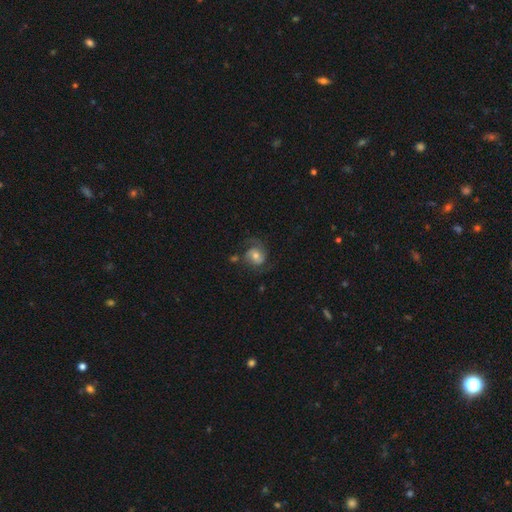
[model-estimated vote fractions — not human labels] Morphology: type=featured or disk (66%); edge-on=no (97%); bar=no (65%); spiral arms=yes (90%); winding=medium (46%); arm count=2 (77%); bulge=moderate (62%); merging=none (62%).